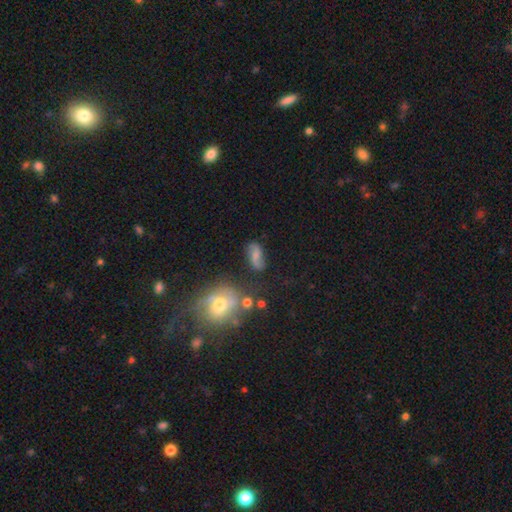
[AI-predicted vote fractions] This is possibly a featured or disk galaxy (50%). Merging: likely none (64%).